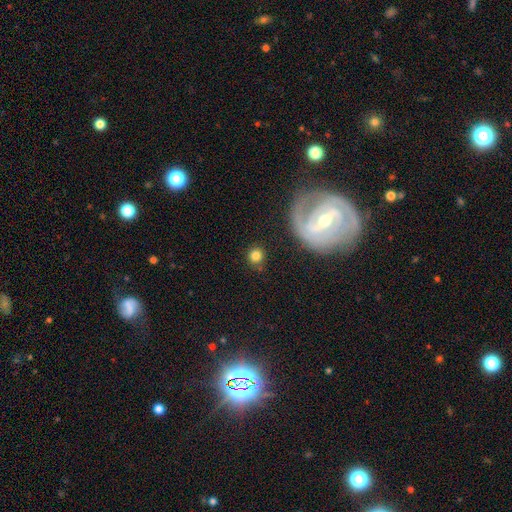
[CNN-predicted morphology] type=smooth (76%); roundness=round (91%); merging=none (83%).